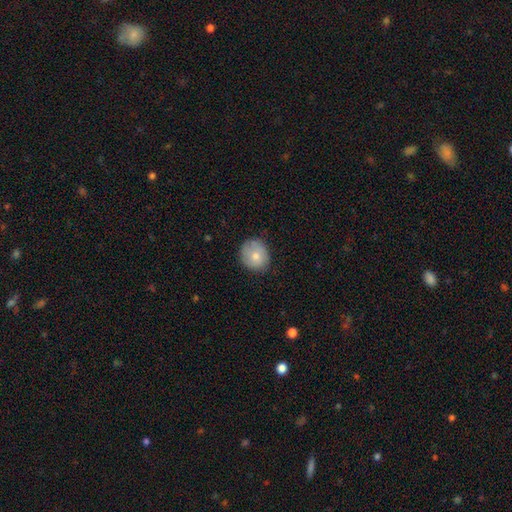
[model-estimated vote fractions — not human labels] A smooth galaxy with no disk features (75%) that is round (80%).

Vote fractions:
- Smooth or featured? smooth: 75% / featured or disk: 17% / star or artifact: 8%
- How rounded? round: 80% / in between: 19% / cigar-shaped: 1%
- Merging? none: 74% / minor disturbance: 20% / major disturbance: 4% / merger: 1%